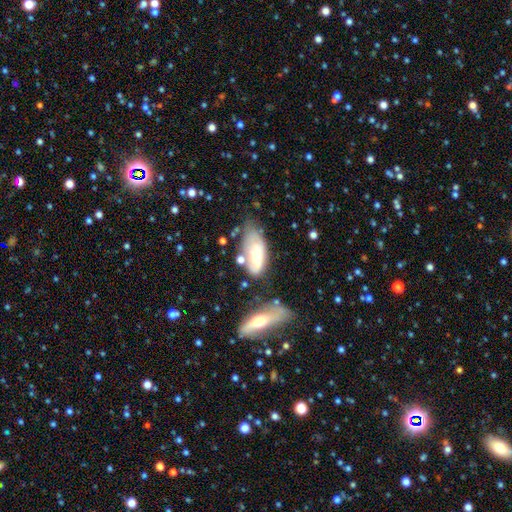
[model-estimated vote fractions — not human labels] Smooth or featured? smooth (58%)
How rounded? in between (87%)
Merging? none (38%)